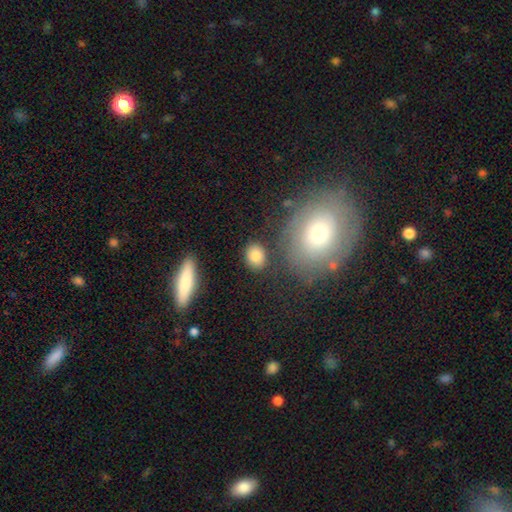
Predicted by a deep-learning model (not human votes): The model was most divided on "how rounded" (2-way tie): round: 49%, in between: 49%, cigar-shaped: 2%. More confident: smooth or featured — smooth (84%); merging — none (81%).